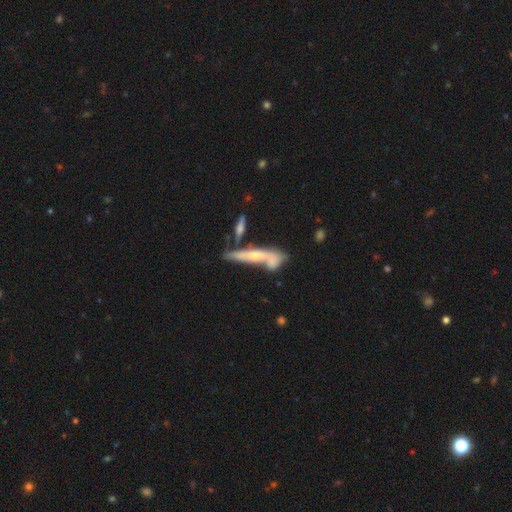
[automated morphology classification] smooth_or_featured: featured or disk (p=0.62) [alt: smooth p=0.32]
disk_edge_on: yes (p=0.64) [alt: no p=0.36]
merging: none (p=0.40) [alt: merger p=0.31]